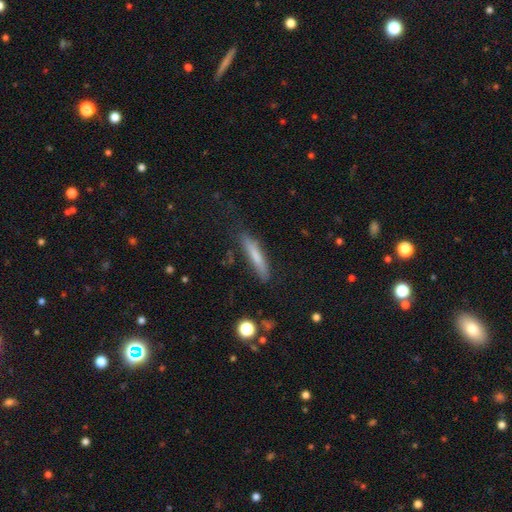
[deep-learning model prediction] smooth 71%, featured or disk 22%, star or artifact 7%. Down the decision tree: how rounded — cigar-shaped (89%); merging — none (79%).